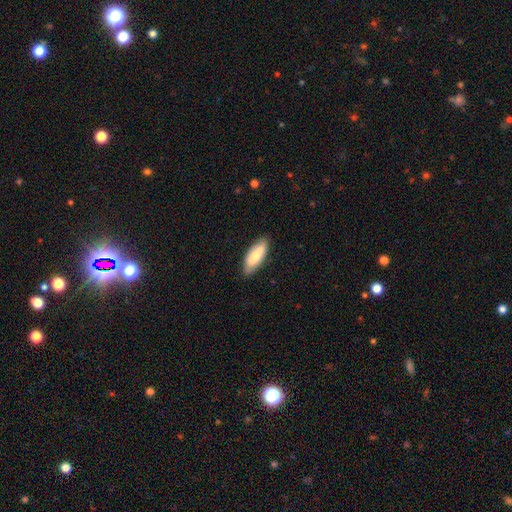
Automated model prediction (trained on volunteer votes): Overall: smooth (72%). How rounded: in between (74%). Merging: none (83%).